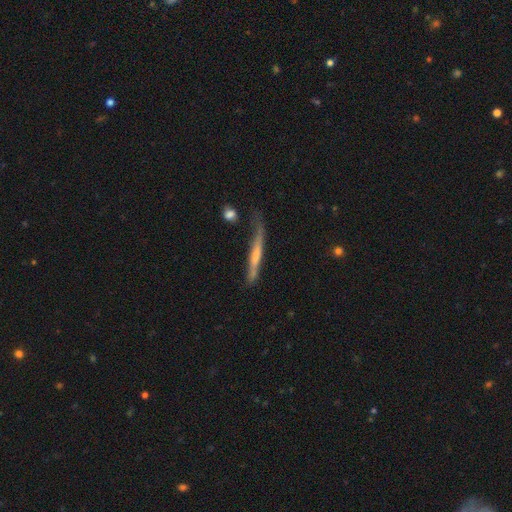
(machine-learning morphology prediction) Q: Smooth or featured?
A: smooth (48%); runner-up: featured or disk (46%)
Q: Merging?
A: none (47%); runner-up: minor disturbance (29%)